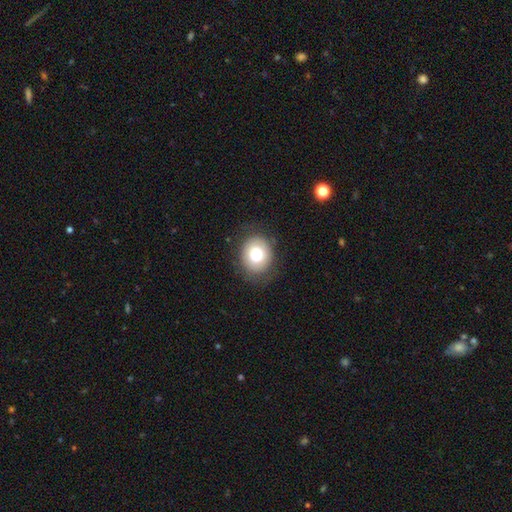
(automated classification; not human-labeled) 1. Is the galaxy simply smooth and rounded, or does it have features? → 73% smooth, 16% featured or disk, 10% star or artifact.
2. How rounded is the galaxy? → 71% round, 28% in between, 1% cigar-shaped.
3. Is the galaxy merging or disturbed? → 82% none, 12% minor disturbance, 5% major disturbance, 1% merger.